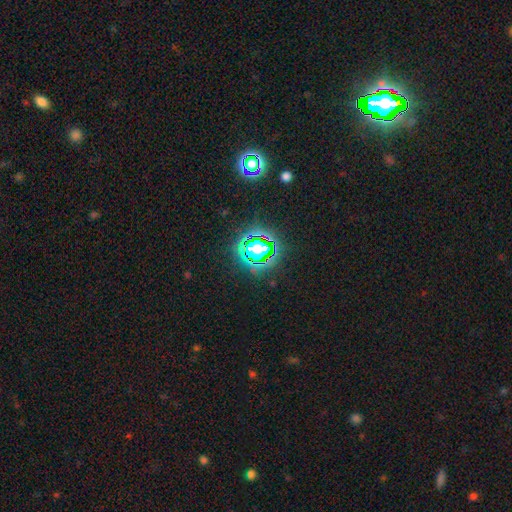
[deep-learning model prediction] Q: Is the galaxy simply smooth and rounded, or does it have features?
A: star or artifact — 81%.